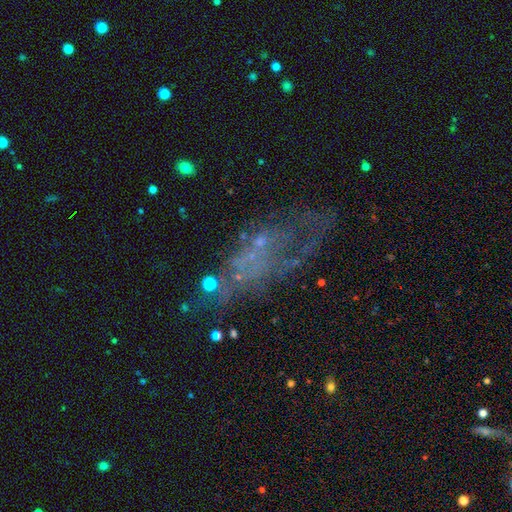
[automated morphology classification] Smooth or featured? featured or disk (51%)
Edge-on disk? no (88%)
Merging? none (47%)